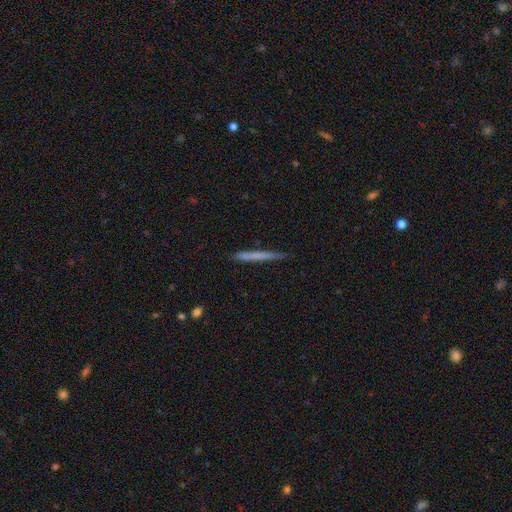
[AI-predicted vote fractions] The model was most divided on "smooth or featured": smooth: 61%, featured or disk: 34%, star or artifact: 6%. More confident: how rounded — cigar-shaped (97%); merging — none (88%).